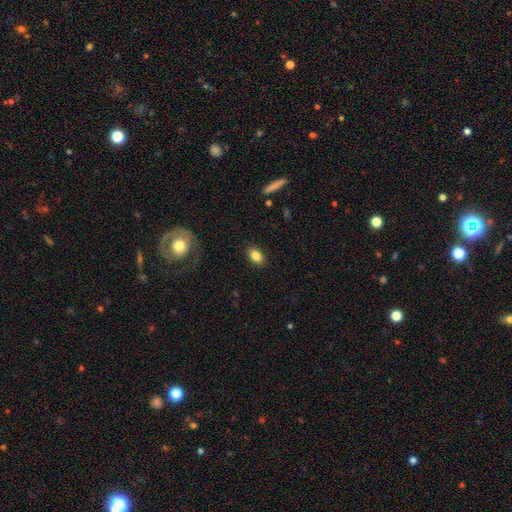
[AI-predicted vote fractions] Smooth or featured? Predicted: smooth (p=0.83). How rounded? Predicted: in between (p=0.84). Merging? Predicted: none (p=0.87).